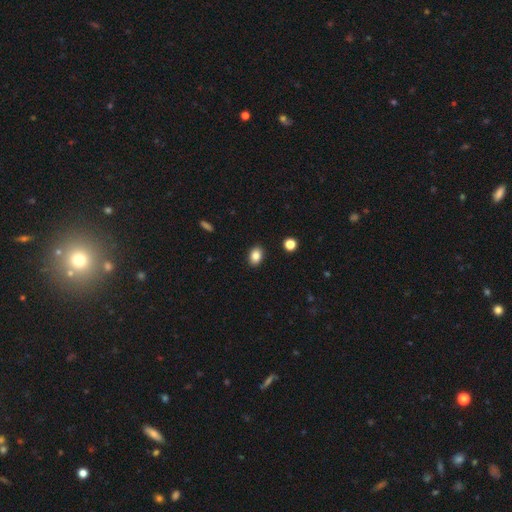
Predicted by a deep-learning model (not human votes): Smooth or featured? Predicted: smooth (p=0.85). How rounded? Predicted: in between (p=0.77). Merging? Predicted: none (p=0.89).